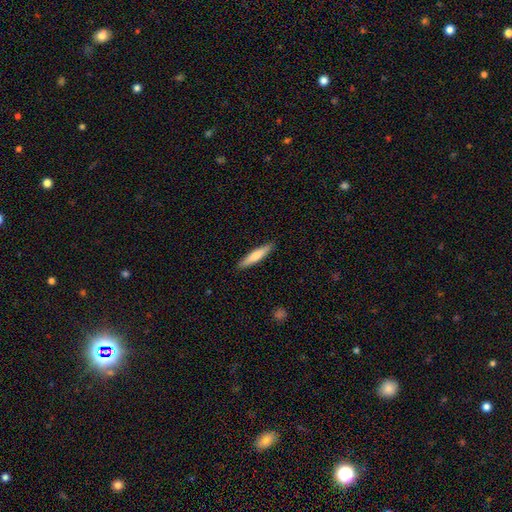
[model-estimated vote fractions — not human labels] smooth_or_featured: smooth (p=0.69) [alt: featured or disk p=0.26]
how_rounded: cigar-shaped (p=0.90) [alt: in between p=0.09]
merging: none (p=0.90) [alt: minor disturbance p=0.07]